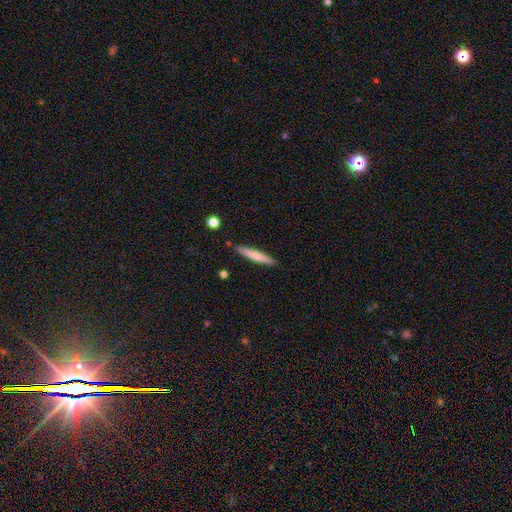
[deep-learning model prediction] A smooth galaxy with no disk features (67%) that is cigar-shaped (93%).

Vote fractions:
- Smooth or featured? smooth: 67% / featured or disk: 28% / star or artifact: 6%
- How rounded? cigar-shaped: 93% / in between: 5% / round: 1%
- Merging? none: 87% / minor disturbance: 9% / merger: 2% / major disturbance: 2%